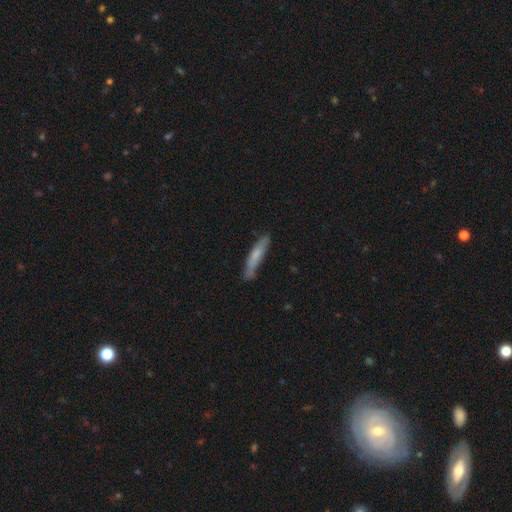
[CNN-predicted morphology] This appears to be a smooth galaxy with no disk features (66%) that is cigar-shaped (90%). Merging: none (76%).